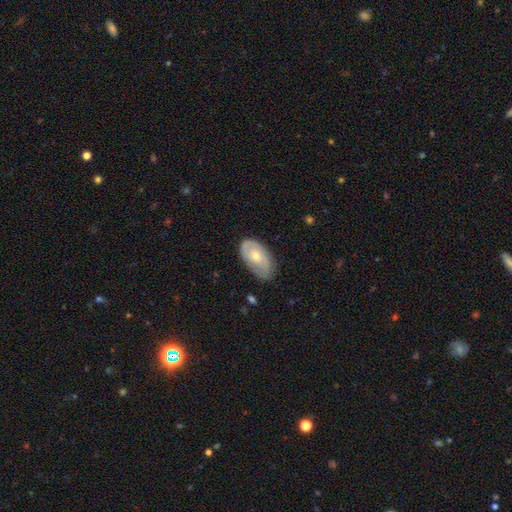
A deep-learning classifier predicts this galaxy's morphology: A featured or disk galaxy (49%). Merging: none (68%).